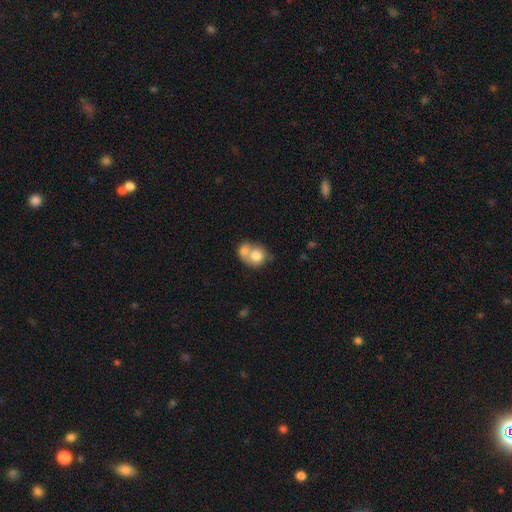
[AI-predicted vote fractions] This is likely a smooth galaxy (74%). How rounded: likely round (70%). Merging: likely merger (66%).